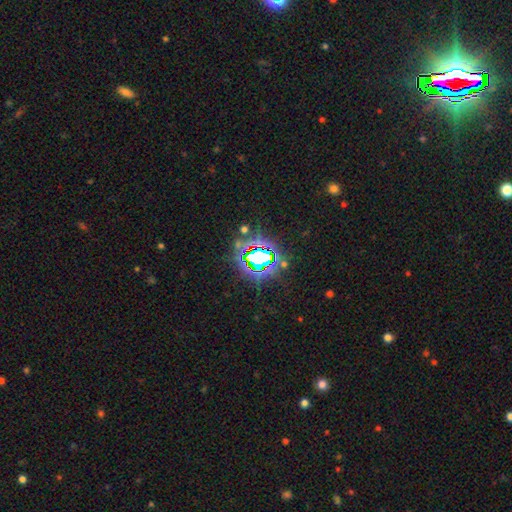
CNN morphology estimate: smooth_or_featured: star or artifact (p=0.75) [alt: smooth p=0.14]